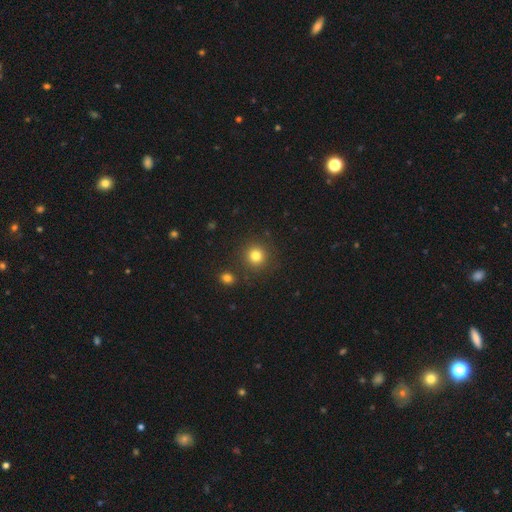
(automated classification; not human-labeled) The model was most divided on "smooth or featured": smooth: 81%, star or artifact: 13%, featured or disk: 6%. More confident: how rounded — round (93%); merging — none (88%).